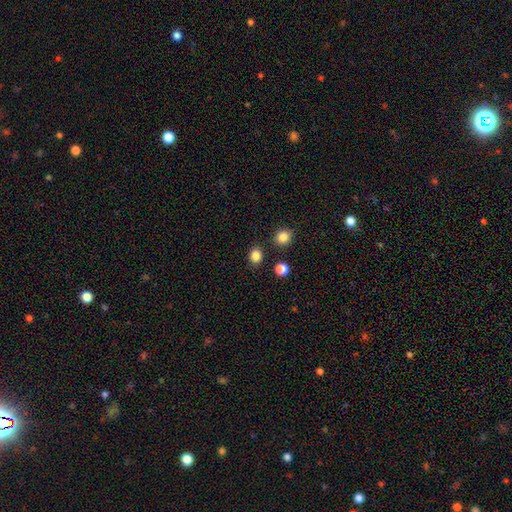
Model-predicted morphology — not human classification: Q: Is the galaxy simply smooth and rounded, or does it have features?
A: smooth — 85%.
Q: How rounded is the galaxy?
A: round — 59%.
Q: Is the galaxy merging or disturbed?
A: none — 84%.